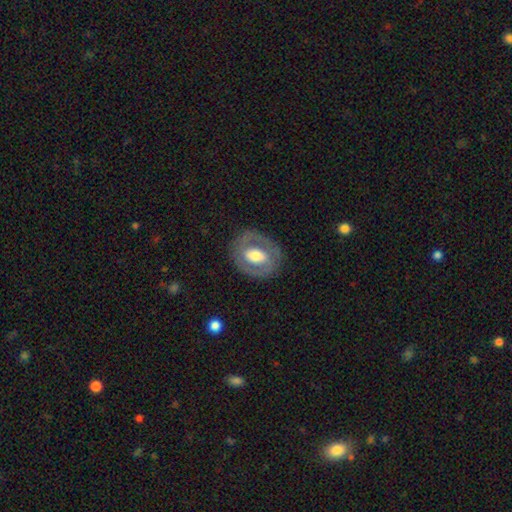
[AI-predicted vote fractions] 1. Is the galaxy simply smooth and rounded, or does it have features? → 58% featured or disk, 36% smooth, 6% star or artifact.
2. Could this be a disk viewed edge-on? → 94% no, 6% yes.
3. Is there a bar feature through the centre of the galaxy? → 46% no, 31% weak, 22% strong.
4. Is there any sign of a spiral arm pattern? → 68% no, 32% yes.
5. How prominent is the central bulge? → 49% moderate, 35% large, 11% small, 4% dominant, 2% none.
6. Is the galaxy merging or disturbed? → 78% none, 14% minor disturbance, 7% major disturbance, 1% merger.